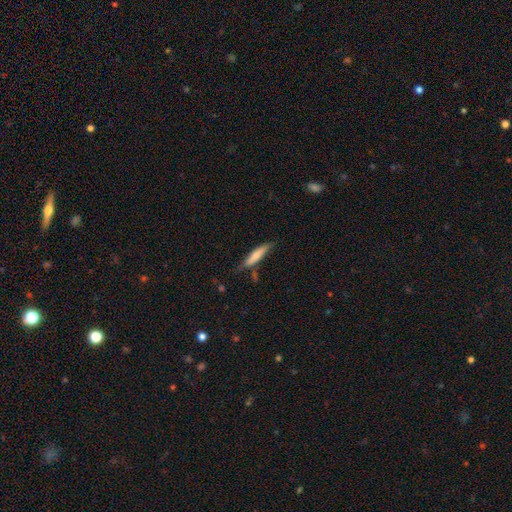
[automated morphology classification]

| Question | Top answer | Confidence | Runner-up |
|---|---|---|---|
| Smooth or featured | smooth | 65% | featured or disk (29%) |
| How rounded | cigar-shaped | 82% | in between (16%) |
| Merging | none | 69% | minor disturbance (21%) |